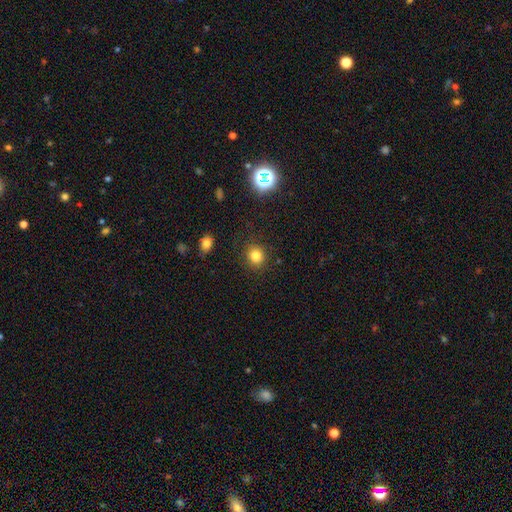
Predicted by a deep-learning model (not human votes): A smooth galaxy with no disk features (82%) that is round (84%). Merging: none (89%).